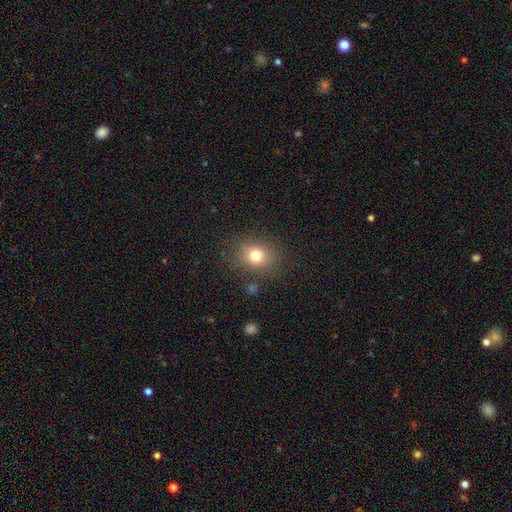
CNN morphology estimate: Smooth or featured? smooth (76%)
How rounded? round (69%)
Merging? none (82%)